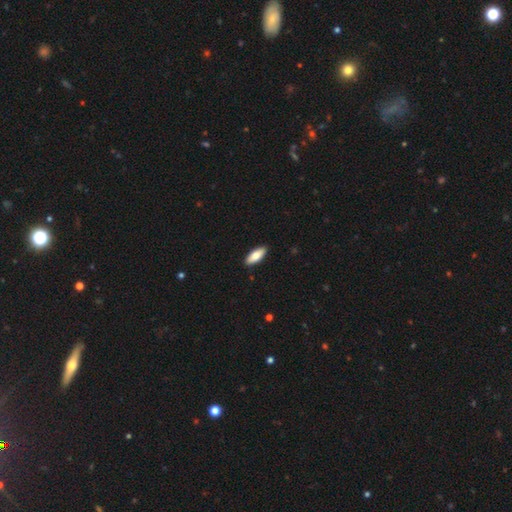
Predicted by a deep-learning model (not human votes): smooth 78%, featured or disk 17%, star or artifact 5%. Down the decision tree: how rounded — in between (72%); merging — none (91%).